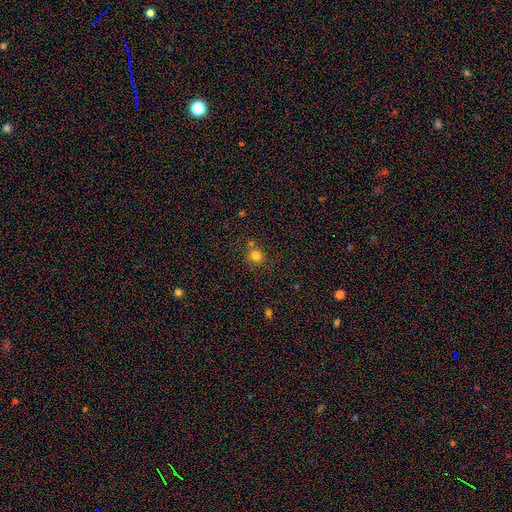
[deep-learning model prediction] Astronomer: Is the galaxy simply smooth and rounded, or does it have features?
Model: smooth — 80%.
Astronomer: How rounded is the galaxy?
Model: round — 91%.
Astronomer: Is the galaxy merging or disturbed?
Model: none — 72%.